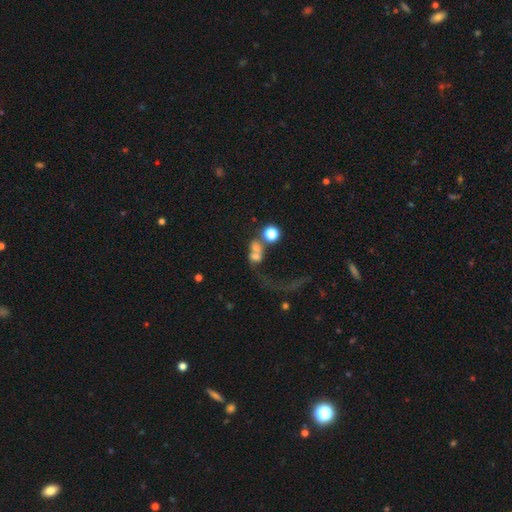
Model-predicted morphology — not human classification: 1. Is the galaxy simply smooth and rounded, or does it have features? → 55% smooth, 29% featured or disk, 17% star or artifact.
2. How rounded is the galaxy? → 58% round, 39% in between, 3% cigar-shaped.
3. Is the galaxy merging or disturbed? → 59% merger, 20% major disturbance, 15% none, 6% minor disturbance.